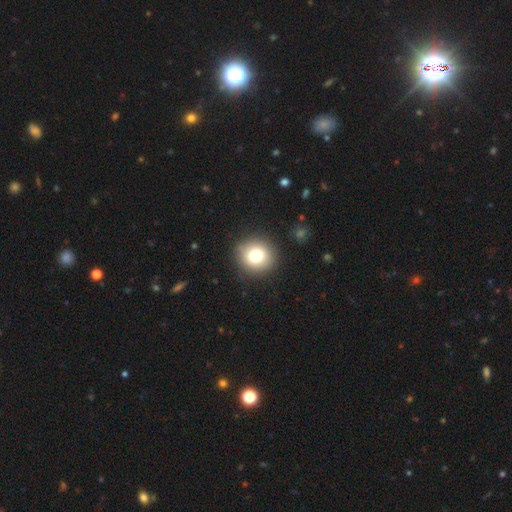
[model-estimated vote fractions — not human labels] This appears to be a smooth galaxy with no disk features (78%) that is round (87%). Merging: none (89%).